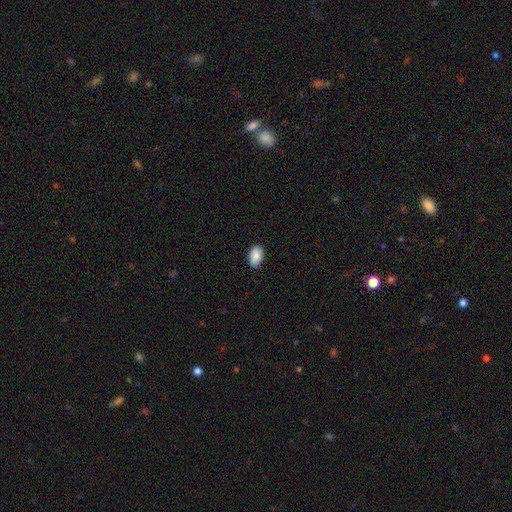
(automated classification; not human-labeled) A smooth galaxy with no disk features (89%) that is in between round and cigar-shaped (92%). Merging: none (87%).